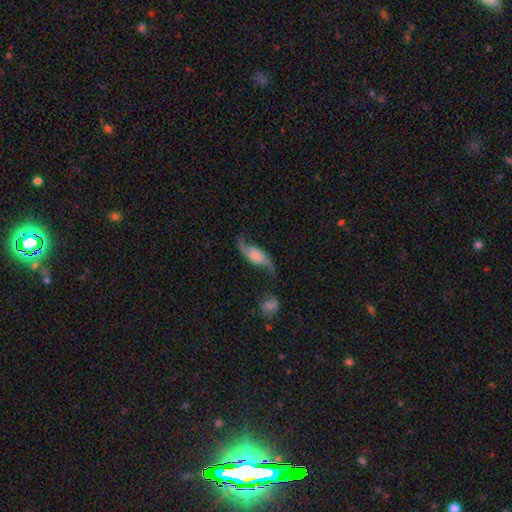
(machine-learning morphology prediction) featured or disk 81%, smooth 13%, star or artifact 6%. Down the decision tree: edge-on disk — no (92%); bar — no (57%); spiral arms — yes (96%); spiral arm count — 2 (92%); spiral winding — loose (79%); bulge size — none (31%); merging — none (62%).